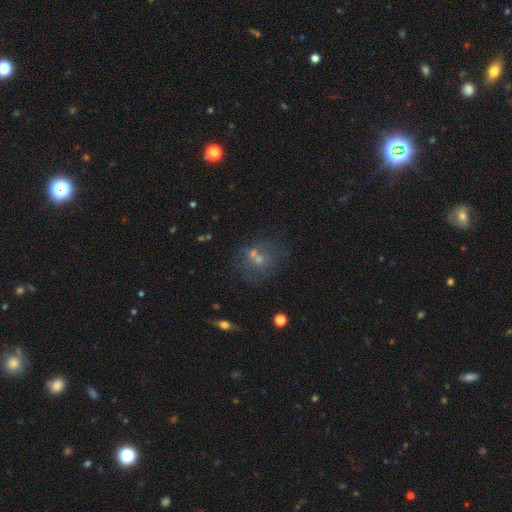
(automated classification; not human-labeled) smooth-or-featured: smooth: 46% | featured or disk: 29% | star or artifact: 25%
  merging: none: 44% | merger: 36% | minor disturbance: 12% | major disturbance: 8%